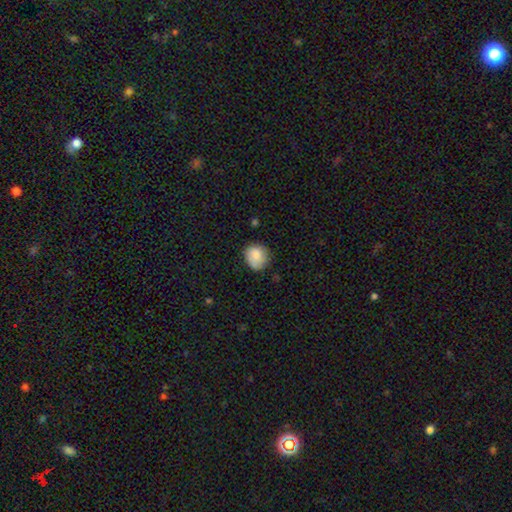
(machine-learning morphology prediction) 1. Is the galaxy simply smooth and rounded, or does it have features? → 82% smooth, 11% featured or disk, 8% star or artifact.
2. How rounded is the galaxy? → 81% round, 18% in between, 1% cigar-shaped.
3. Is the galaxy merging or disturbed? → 70% none, 23% minor disturbance, 5% major disturbance, 2% merger.